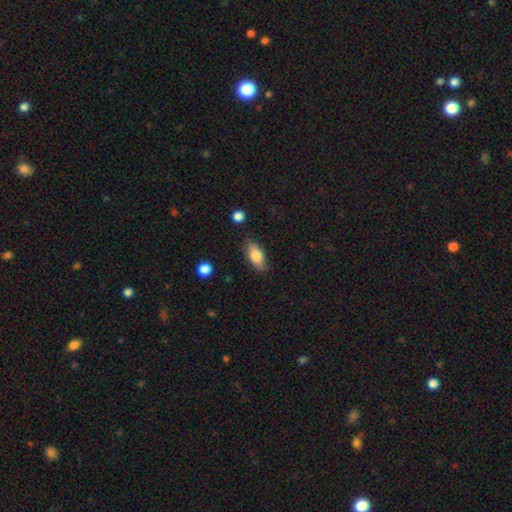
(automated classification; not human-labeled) Smooth or featured? Predicted: smooth (p=0.80). How rounded? Predicted: in between (p=0.86). Merging? Predicted: none (p=0.81).